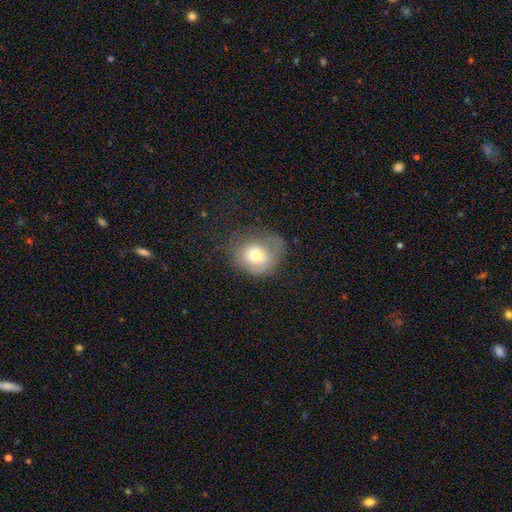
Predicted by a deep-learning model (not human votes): A smooth galaxy with no disk features (66%) that is round (64%).

Vote fractions:
- Smooth or featured? smooth: 66% / featured or disk: 23% / star or artifact: 10%
- How rounded? round: 64% / in between: 35% / cigar-shaped: 1%
- Merging? none: 44% / minor disturbance: 28% / major disturbance: 26% / merger: 2%